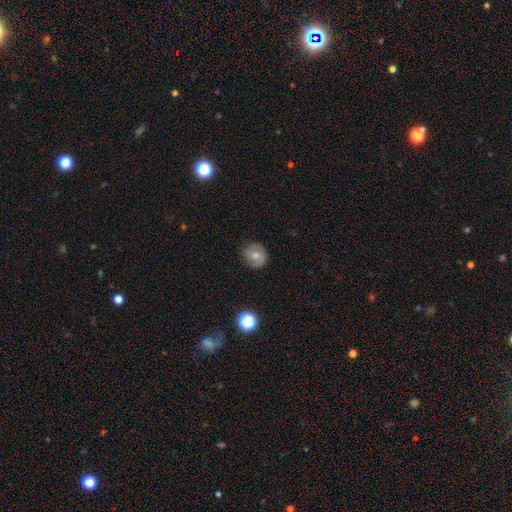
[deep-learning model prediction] A smooth galaxy with no disk features (45%, tied with featured or disk).

Vote fractions:
- Smooth or featured? smooth: 45% (tied) / featured or disk: 45% (tied) / star or artifact: 10%
- Merging? none: 81% / minor disturbance: 14% / major disturbance: 4% / merger: 1%